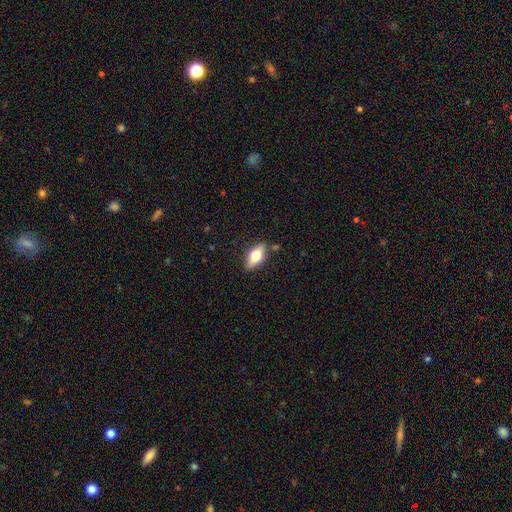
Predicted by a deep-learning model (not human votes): Smooth or featured: smooth — 68% (featured or disk — 24%)
How rounded: in between — 84% (cigar-shaped — 11%)
Merging: none — 84% (minor disturbance — 12%)